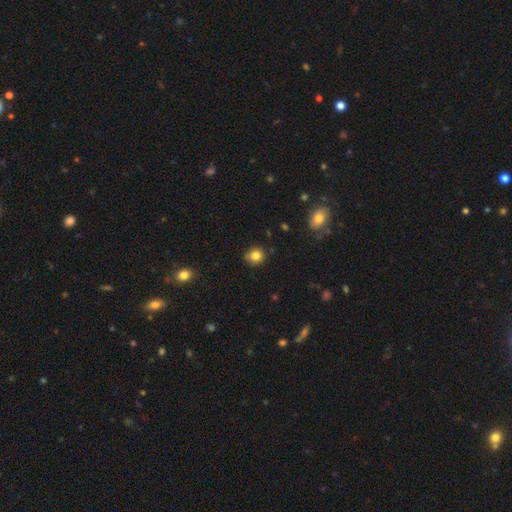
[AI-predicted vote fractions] Morphology: type=smooth (82%); roundness=round (82%); merging=none (77%).